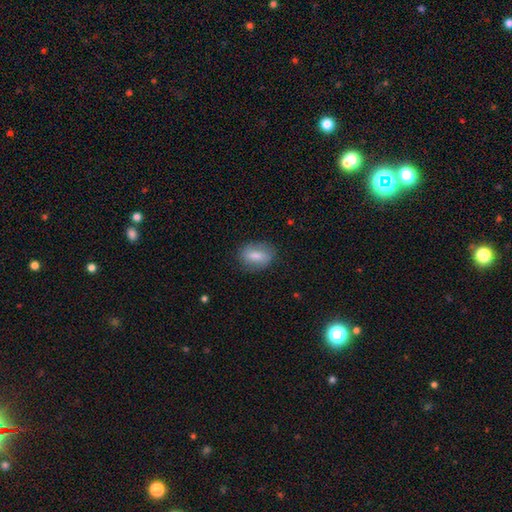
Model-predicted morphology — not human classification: type=smooth (75%); roundness=in between (81%); merging=none (79%).